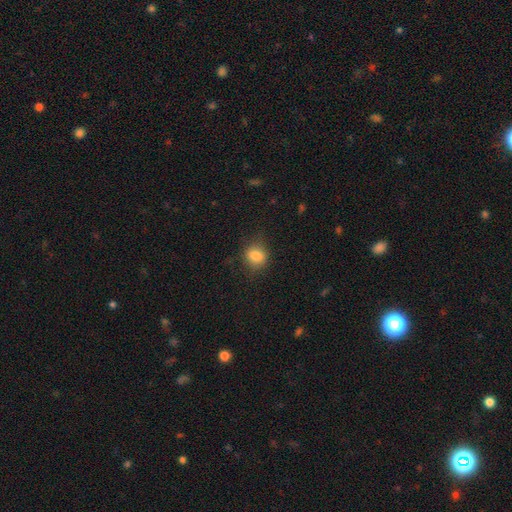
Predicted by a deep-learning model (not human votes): Smooth or featured: smooth — 82% (star or artifact — 11%)
How rounded: round — 60% (in between — 38%)
Merging: none — 77% (minor disturbance — 17%)